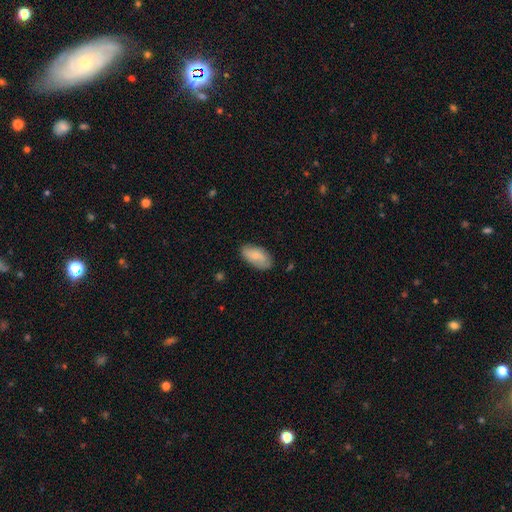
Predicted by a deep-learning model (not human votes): smooth_or_featured: smooth (p=0.77) [alt: featured or disk p=0.17]
how_rounded: in between (p=0.93) [alt: cigar-shaped p=0.05]
merging: none (p=0.79) [alt: minor disturbance p=0.17]